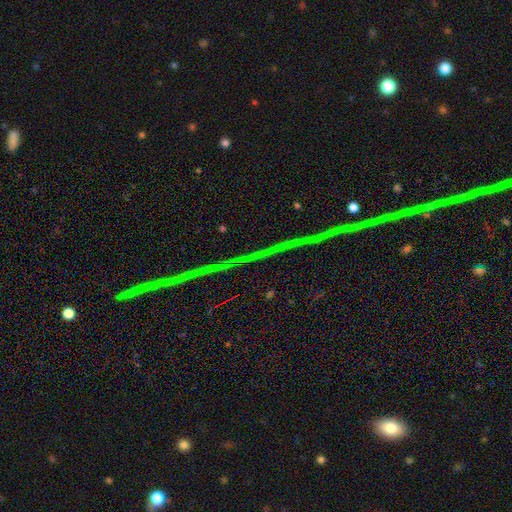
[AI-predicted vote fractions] Smooth or featured: star or artifact — 86% (featured or disk — 9%)